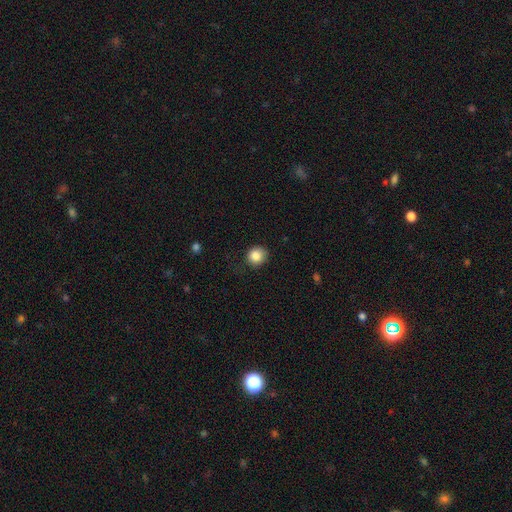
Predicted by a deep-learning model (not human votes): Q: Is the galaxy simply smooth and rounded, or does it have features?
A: smooth — 85%.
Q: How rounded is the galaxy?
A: round — 86%.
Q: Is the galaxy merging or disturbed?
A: none — 82%.